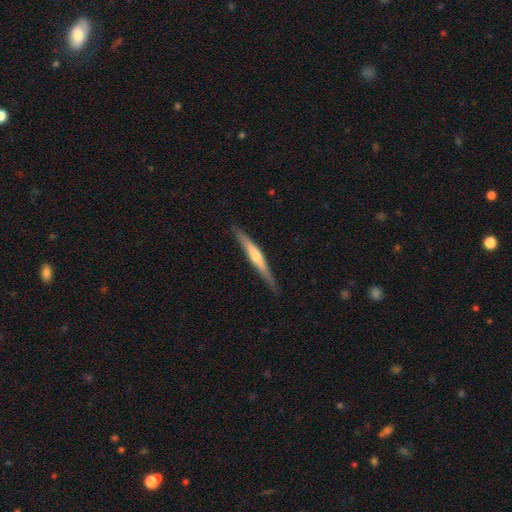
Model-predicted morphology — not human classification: This is likely a featured or disk galaxy (67%). It is clearly viewed edge-on (97%). Edge-on bulge: likely rounded (69%). Merging: clearly none (86%).